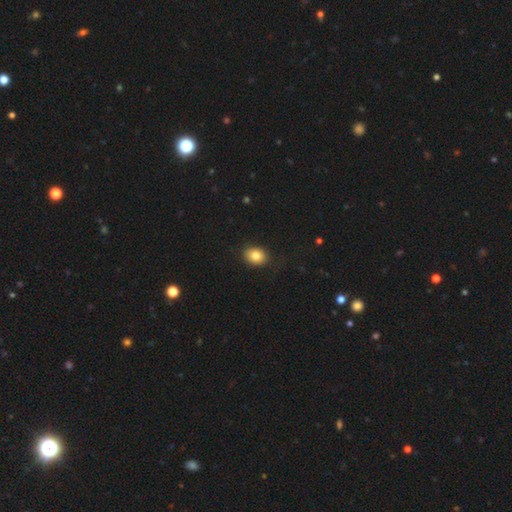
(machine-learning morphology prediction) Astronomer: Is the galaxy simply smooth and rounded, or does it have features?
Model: smooth — 83%.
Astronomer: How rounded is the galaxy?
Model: in between — 57% (runner-up: round, 43%).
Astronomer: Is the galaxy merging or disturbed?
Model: none — 86%.